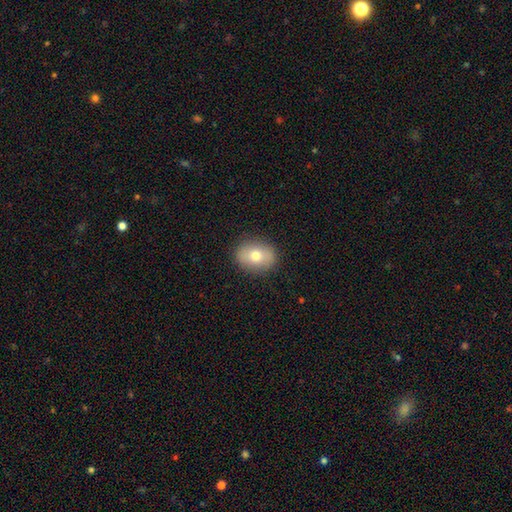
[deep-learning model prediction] smooth-or-featured: smooth: 72% | featured or disk: 19% | star or artifact: 9%
  how-rounded: in between: 57% | round: 42% | cigar-shaped: 1%
  merging: none: 88% | minor disturbance: 9% | major disturbance: 2% | merger: 1%